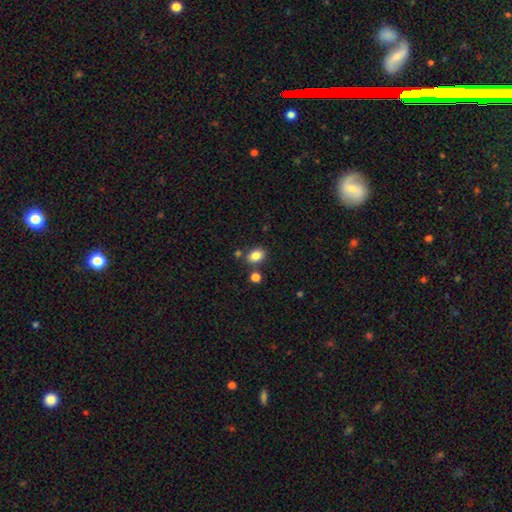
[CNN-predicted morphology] smooth_or_featured: smooth (p=0.85) [alt: star or artifact p=0.10]
how_rounded: in between (p=0.73) [alt: round p=0.26]
merging: none (p=0.77) [alt: minor disturbance p=0.11]